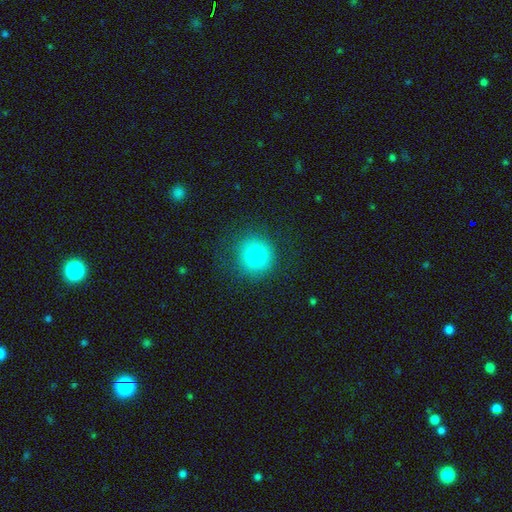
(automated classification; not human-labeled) This appears to be a smooth galaxy with no disk features (79%) that is round (91%). Merging: none (85%).